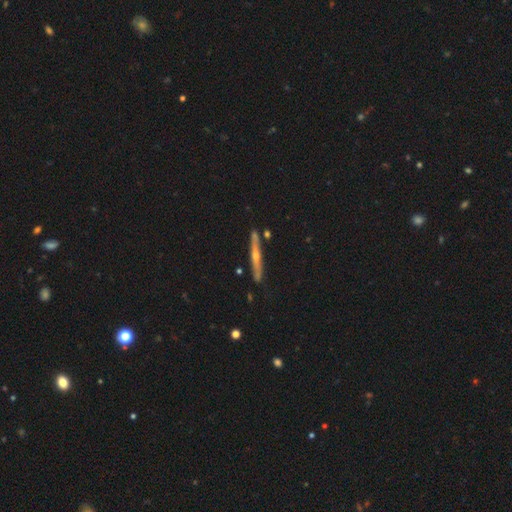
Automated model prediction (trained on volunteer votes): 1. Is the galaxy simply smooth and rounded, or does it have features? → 71% featured or disk, 23% smooth, 6% star or artifact.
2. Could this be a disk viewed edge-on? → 96% yes, 4% no.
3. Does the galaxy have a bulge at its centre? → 78% rounded, 19% none, 3% boxy.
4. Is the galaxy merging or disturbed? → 85% none, 10% minor disturbance, 3% merger, 2% major disturbance.